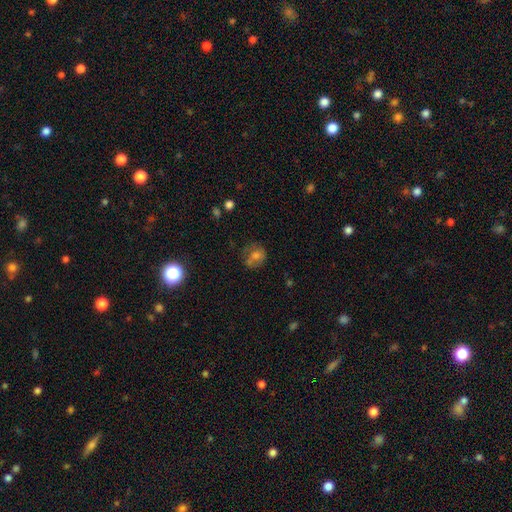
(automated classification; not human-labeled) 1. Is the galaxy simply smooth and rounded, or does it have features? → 57% smooth, 25% featured or disk, 18% star or artifact.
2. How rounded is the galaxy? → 75% round, 24% in between, 1% cigar-shaped.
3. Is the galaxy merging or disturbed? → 58% none, 21% minor disturbance, 11% major disturbance, 9% merger.